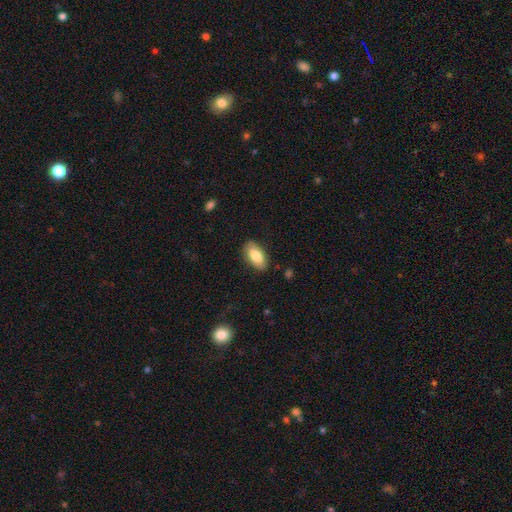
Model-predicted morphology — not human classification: Overall: smooth (80%). How rounded: in between (92%). Merging: none (82%).